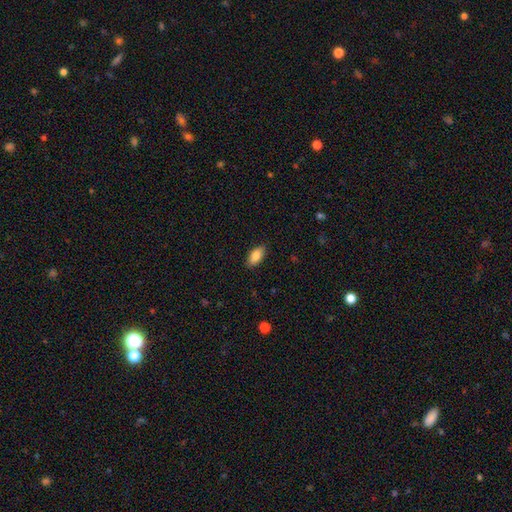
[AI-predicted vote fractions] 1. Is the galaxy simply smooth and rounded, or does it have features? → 84% smooth, 9% featured or disk, 7% star or artifact.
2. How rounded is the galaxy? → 88% in between, 10% cigar-shaped, 3% round.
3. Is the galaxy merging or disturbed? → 86% none, 10% minor disturbance, 2% major disturbance, 1% merger.